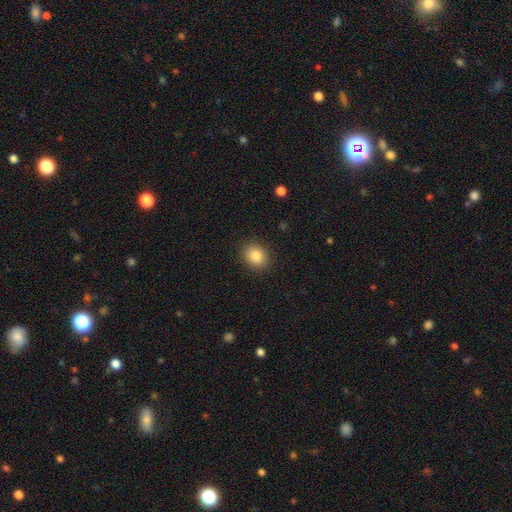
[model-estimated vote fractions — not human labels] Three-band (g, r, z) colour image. It shows a smooth galaxy with no disk features (85%) that is round (54%). Merging: none (89%).